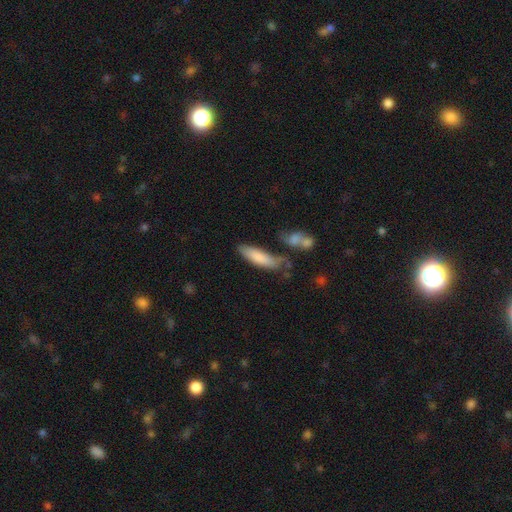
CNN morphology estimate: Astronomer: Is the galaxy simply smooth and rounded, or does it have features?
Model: smooth — 65%.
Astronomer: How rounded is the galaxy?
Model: cigar-shaped — 60% (runner-up: in between, 38%).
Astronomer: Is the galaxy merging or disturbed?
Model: none — 57%.